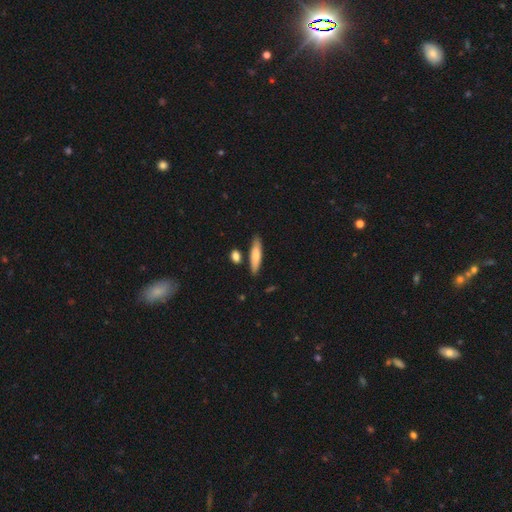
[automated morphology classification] A smooth galaxy with no disk features (73%) that is cigar-shaped (72%).

Vote fractions:
- Smooth or featured? smooth: 73% / featured or disk: 21% / star or artifact: 6%
- How rounded? cigar-shaped: 72% / in between: 26% / round: 2%
- Merging? none: 80% / minor disturbance: 12% / merger: 6% / major disturbance: 2%